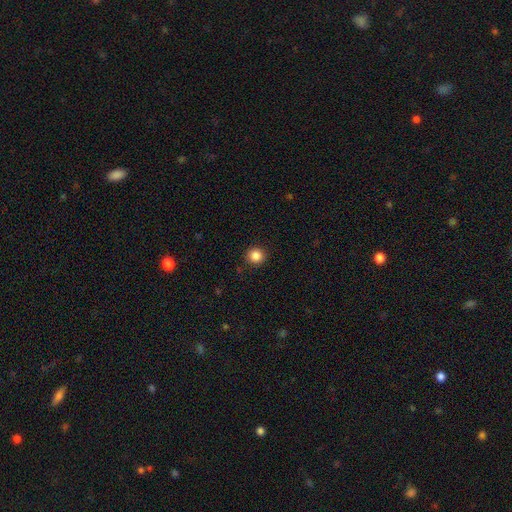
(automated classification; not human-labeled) Smooth or featured?
  - smooth: 86% *
  - star or artifact: 11%
  - featured or disk: 4%
How rounded?
  - round: 92% *
  - in between: 7%
  - cigar-shaped: 1%
Merging?
  - none: 91% *
  - minor disturbance: 6%
  - major disturbance: 2%
  - merger: 1%